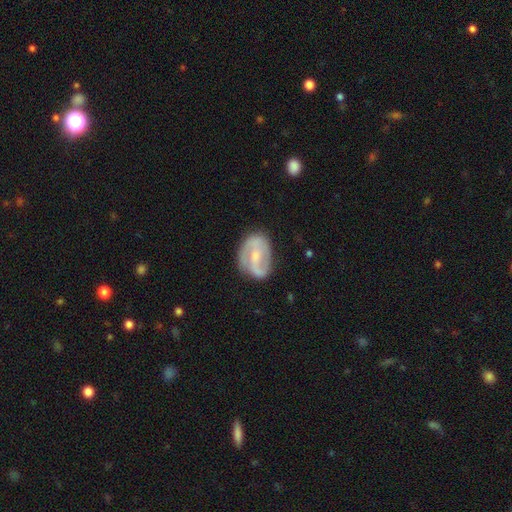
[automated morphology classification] Smooth or featured? Predicted: featured or disk (p=0.76). Edge-on disk? Predicted: no (p=0.97). Bar? Predicted: weak (p=0.46). Spiral arms? Predicted: yes (p=0.88). Spiral winding? Predicted: medium (p=0.46). Spiral arm count? Predicted: 2 (p=0.79). Bulge size? Predicted: small (p=0.48). Merging? Predicted: none (p=0.71).